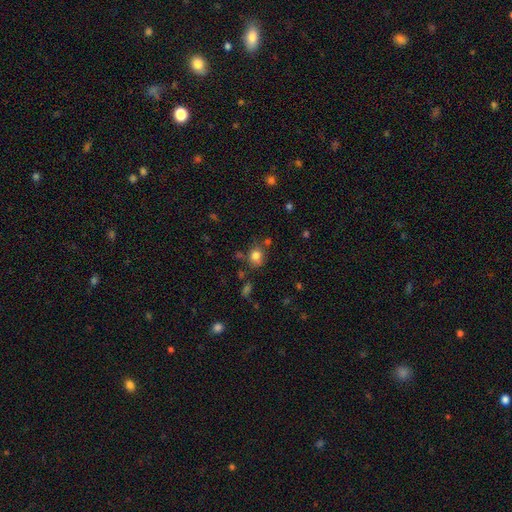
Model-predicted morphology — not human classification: Smooth or featured? smooth (79%)
How rounded? round (64%)
Merging? none (67%)